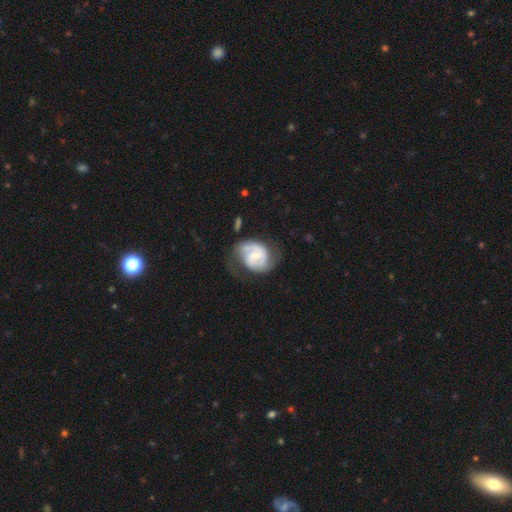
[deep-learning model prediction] smooth_or_featured: featured or disk (p=0.80) [alt: smooth p=0.15]
disk_edge_on: no (p=0.98) [alt: yes p=0.02]
bar: weak (p=0.51) [alt: no p=0.37]
has_spiral_arms: yes (p=0.94) [alt: no p=0.06]
spiral_winding: medium (p=0.44) [alt: tight p=0.39]
spiral_arm_count: 2 (p=0.76) [alt: can't tell p=0.10]
bulge_size: small (p=0.51) [alt: moderate p=0.39]
merging: none (p=0.54) [alt: minor disturbance p=0.24]